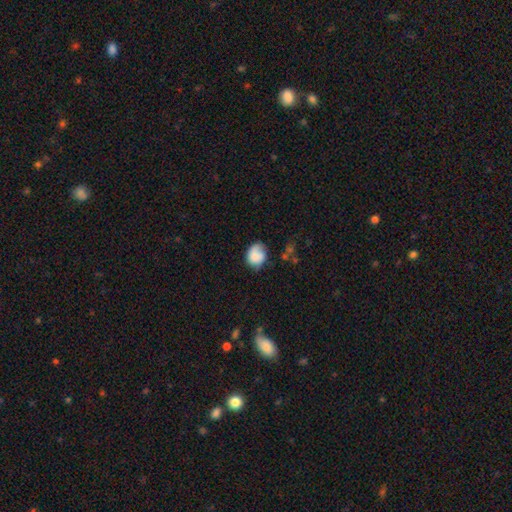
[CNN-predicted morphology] Q: Smooth or featured?
A: smooth (76%); runner-up: featured or disk (16%)
Q: How rounded?
A: round (60%); runner-up: in between (39%)
Q: Merging?
A: none (52%); runner-up: minor disturbance (31%)